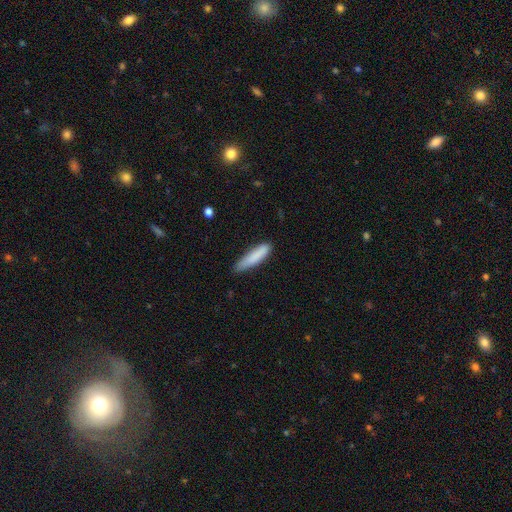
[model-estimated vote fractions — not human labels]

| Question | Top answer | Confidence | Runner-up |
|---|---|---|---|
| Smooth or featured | smooth | 84% | featured or disk (10%) |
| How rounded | cigar-shaped | 82% | in between (17%) |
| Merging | none | 69% | minor disturbance (26%) |